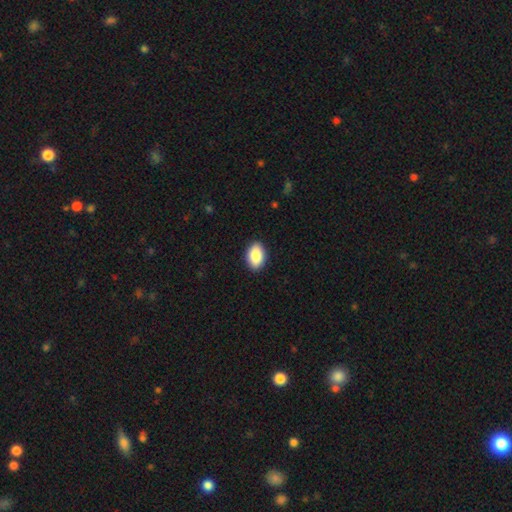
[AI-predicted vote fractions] The model was most divided on "smooth or featured": smooth: 88%, star or artifact: 7%, featured or disk: 5%. More confident: how rounded — in between (91%); merging — none (90%).